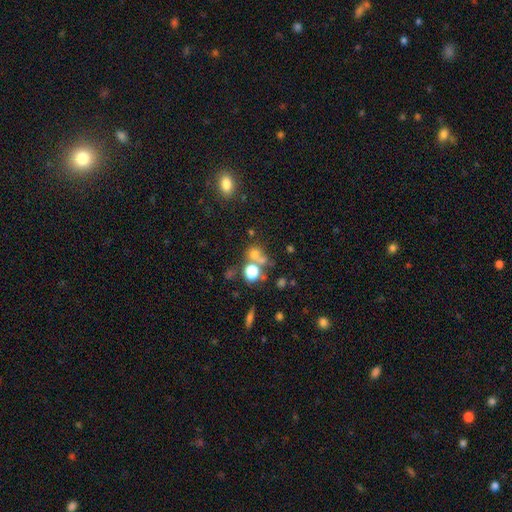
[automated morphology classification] Smooth or featured?
  - smooth: 64% *
  - star or artifact: 25%
  - featured or disk: 11%
How rounded?
  - round: 79% *
  - in between: 20%
  - cigar-shaped: 1%
Merging?
  - none: 46% *
  - merger: 39%
  - minor disturbance: 9%
  - major disturbance: 6%